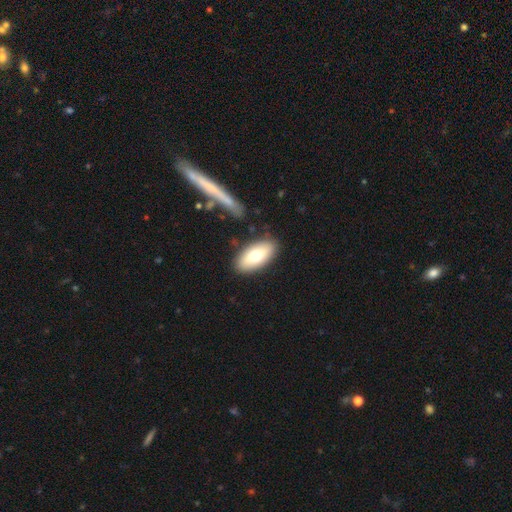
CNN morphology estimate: Smooth or featured?
  - smooth: 71% *
  - featured or disk: 23%
  - star or artifact: 6%
How rounded?
  - in between: 91% *
  - cigar-shaped: 6%
  - round: 3%
Merging?
  - none: 85% *
  - minor disturbance: 10%
  - merger: 3%
  - major disturbance: 3%